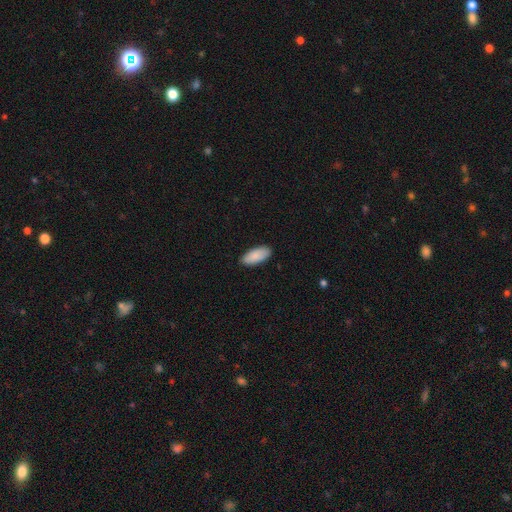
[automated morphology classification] smooth 89%, star or artifact 6%, featured or disk 5%. Down the decision tree: how rounded — in between (88%); merging — none (88%).